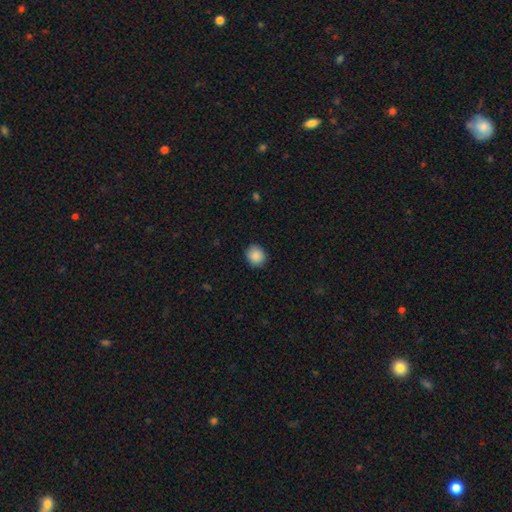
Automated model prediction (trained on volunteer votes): This is clearly a smooth galaxy (88%). How rounded: clearly round (80%). Merging: clearly none (87%).